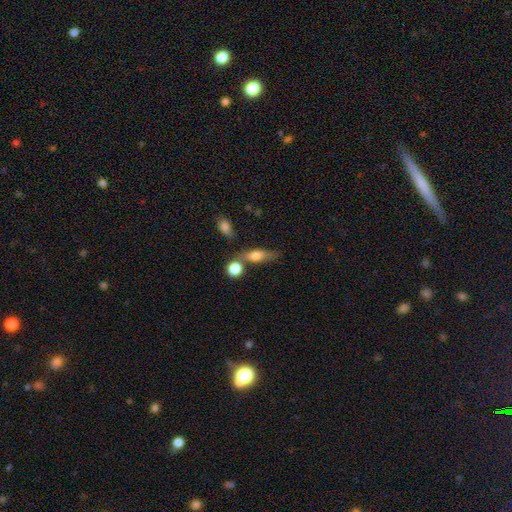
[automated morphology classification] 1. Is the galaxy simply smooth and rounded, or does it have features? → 71% smooth, 20% featured or disk, 9% star or artifact.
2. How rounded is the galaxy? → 62% in between, 30% cigar-shaped, 8% round.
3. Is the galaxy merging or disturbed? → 55% none, 22% merger, 16% minor disturbance, 6% major disturbance.